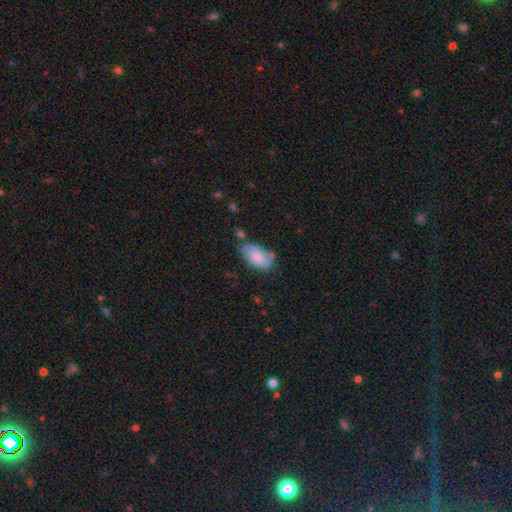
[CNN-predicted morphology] Smooth or featured? Predicted: smooth (p=0.78). How rounded? Predicted: in between (p=0.94). Merging? Predicted: none (p=0.55).